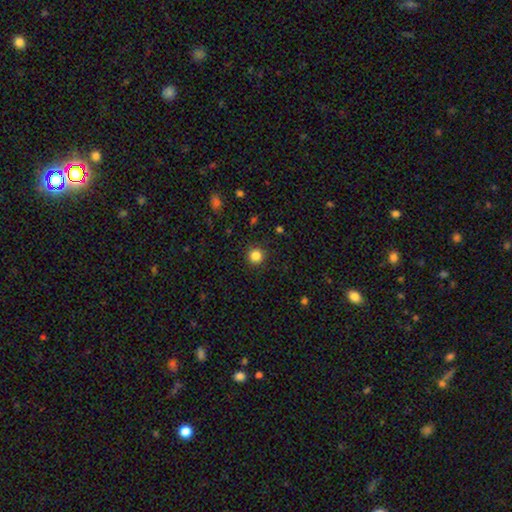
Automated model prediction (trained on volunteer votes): Morphology: type=smooth (84%); roundness=round (95%); merging=none (91%).